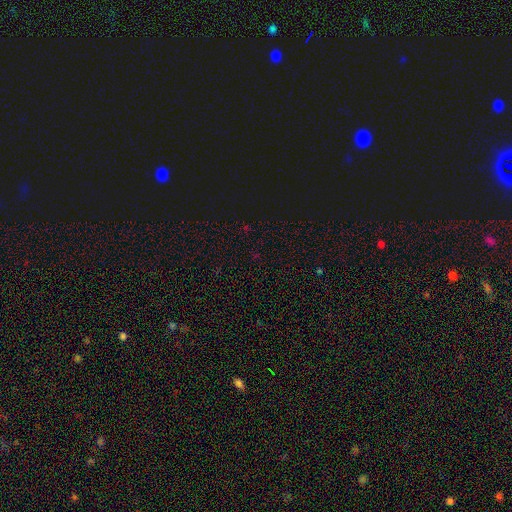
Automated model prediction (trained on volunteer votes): A star or artifact, not a galaxy (72%).

Vote fractions:
- Smooth or featured? star or artifact: 72% / smooth: 21% / featured or disk: 7%